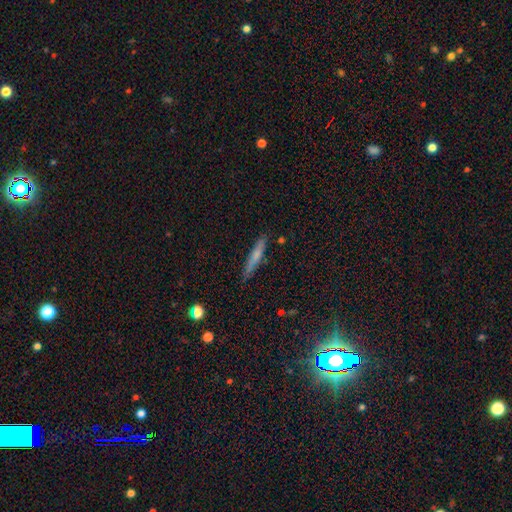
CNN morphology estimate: A smooth galaxy with no disk features (62%) that is cigar-shaped (93%).

Vote fractions:
- Smooth or featured? smooth: 62% / featured or disk: 31% / star or artifact: 7%
- How rounded? cigar-shaped: 93% / in between: 5% / round: 2%
- Merging? none: 83% / minor disturbance: 13% / major disturbance: 2% / merger: 2%